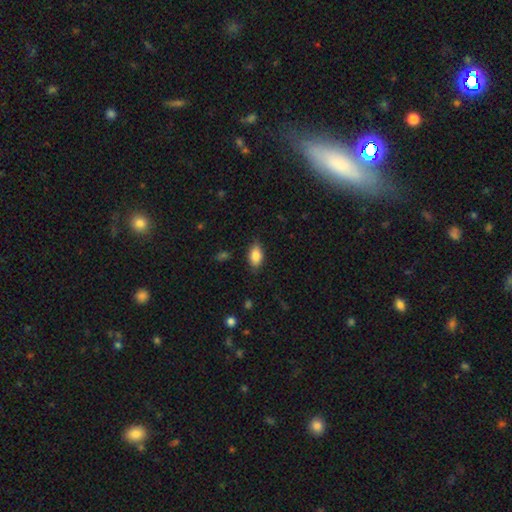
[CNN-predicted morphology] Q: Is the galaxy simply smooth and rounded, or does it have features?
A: smooth — 85%.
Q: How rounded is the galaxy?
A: in between — 90%.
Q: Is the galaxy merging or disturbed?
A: none — 80%.